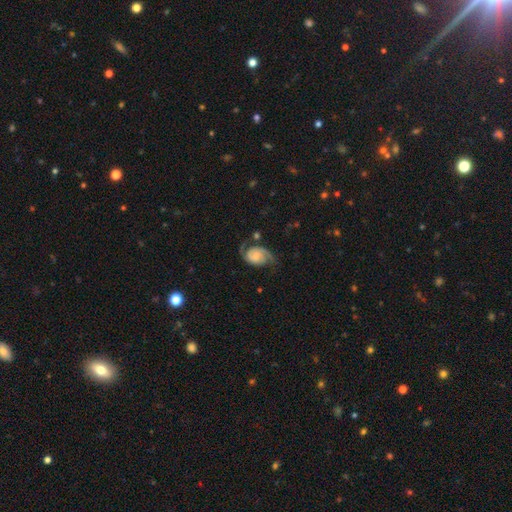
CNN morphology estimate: Overall: featured or disk (81%). Edge-on disk: no (98%). Bar: no (56%; weak 36%). Spiral arms: yes (96%). Spiral arm count: 2 (91%). Spiral winding: medium (48%; tight 26%). Bulge size: small (35%; none 26%). Merging: none (66%).